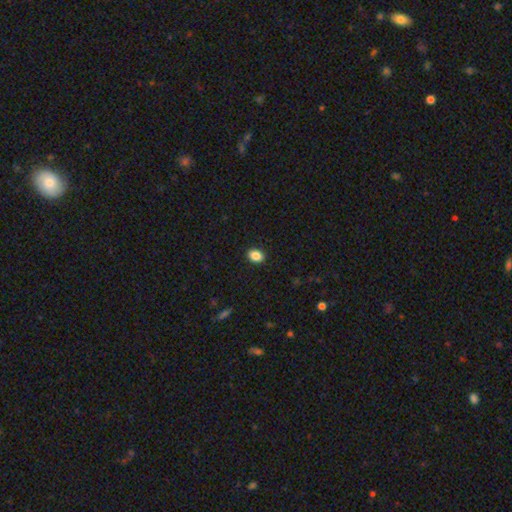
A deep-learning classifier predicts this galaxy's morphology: smooth 88%, star or artifact 9%, featured or disk 4%. Down the decision tree: how rounded — in between (72%); merging — none (91%).